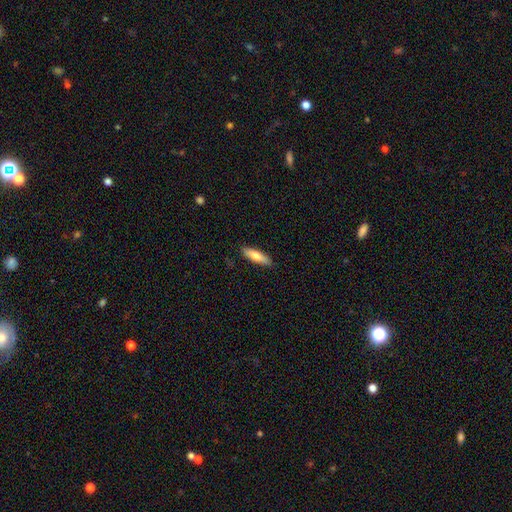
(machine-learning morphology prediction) This appears to be a smooth galaxy with no disk features (74%) that is cigar-shaped (62%). Merging: none (88%).